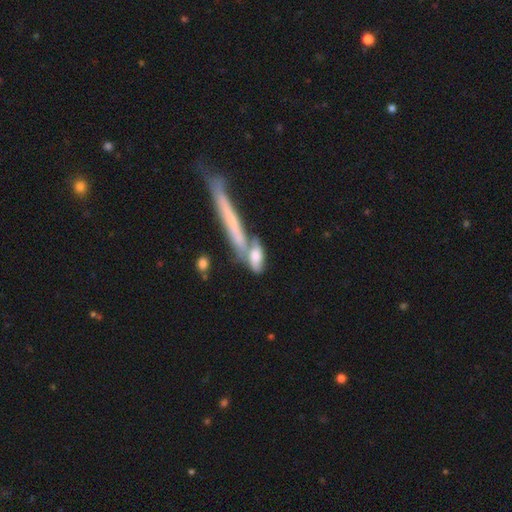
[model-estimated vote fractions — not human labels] This is likely a smooth galaxy (63%). How rounded: possibly in between (52%). Merging: marginally merger (43%).